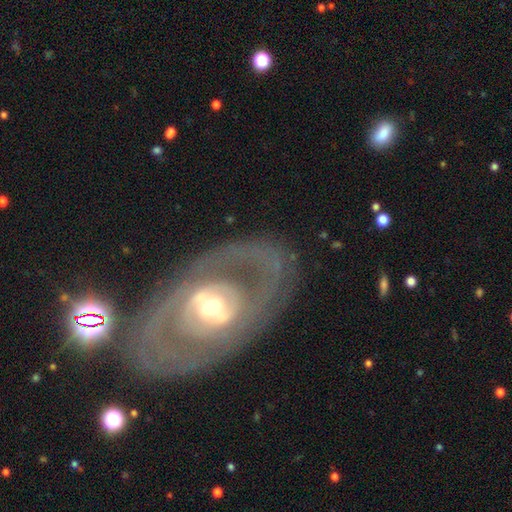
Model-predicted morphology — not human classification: This is likely a featured or disk galaxy (80%). It is clearly not viewed edge-on (93%). Bar: likely no (60%). Spiral arm pattern: possibly yes (59%). Central bulge: possibly moderate (59%). Merging: likely none (77%).